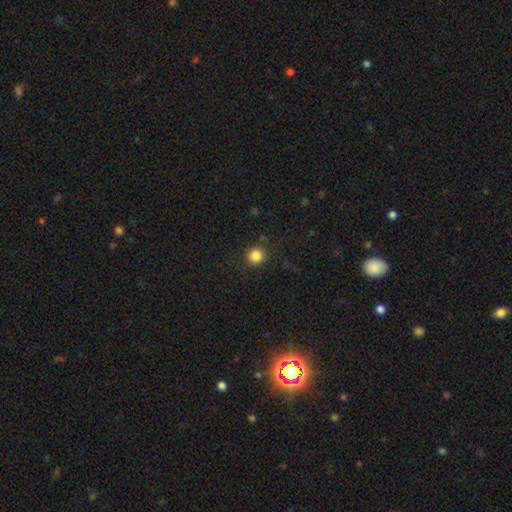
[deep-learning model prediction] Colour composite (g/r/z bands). It shows a smooth galaxy with no disk features (84%) that is round (92%). Merging: none (90%).